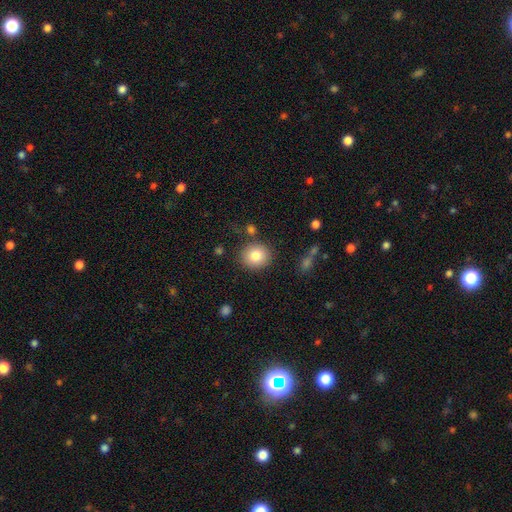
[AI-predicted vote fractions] This appears to be a smooth galaxy with no disk features (81%) that is round (82%). Merging: none (85%).